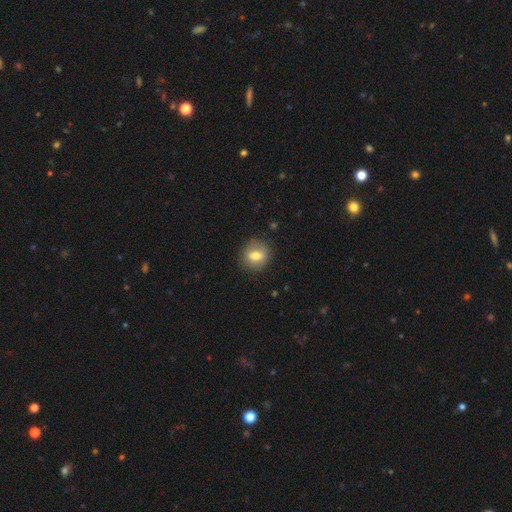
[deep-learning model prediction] Overall: smooth (68%). How rounded: round (75%). Merging: none (82%).